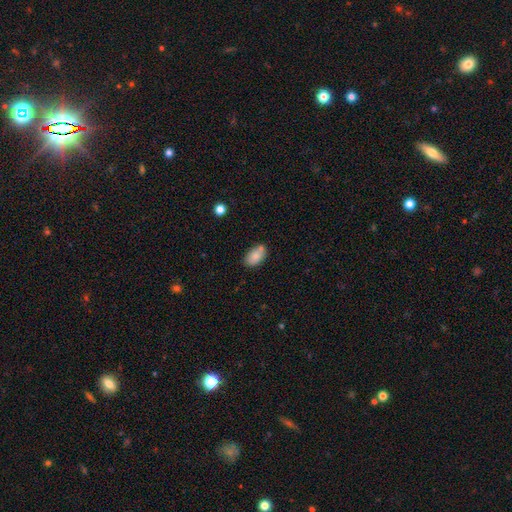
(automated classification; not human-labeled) This is clearly a smooth galaxy (82%). How rounded: clearly in between (91%). Merging: likely none (63%).